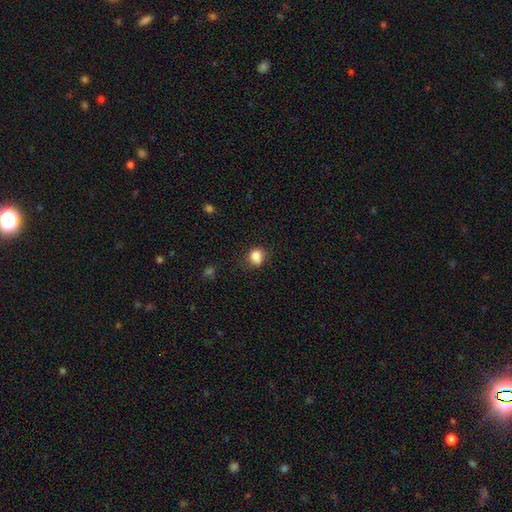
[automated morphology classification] Smooth or featured? Predicted: smooth (p=0.83). How rounded? Predicted: round (p=0.58). Merging? Predicted: none (p=0.61).